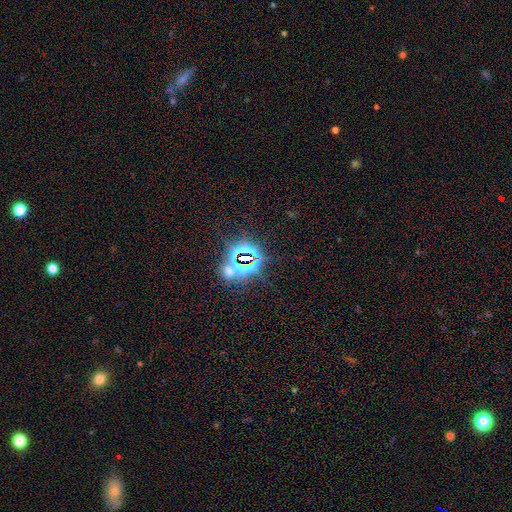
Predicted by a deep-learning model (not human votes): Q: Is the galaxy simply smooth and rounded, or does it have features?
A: star or artifact — 79%.